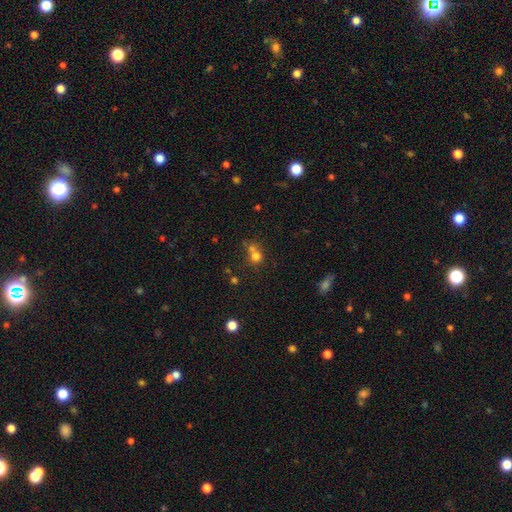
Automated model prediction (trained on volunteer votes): A smooth galaxy with no disk features (71%) that is round (81%).

Vote fractions:
- Smooth or featured? smooth: 71% / star or artifact: 17% / featured or disk: 12%
- How rounded? round: 81% / in between: 18% / cigar-shaped: 1%
- Merging? merger: 46% / none: 41% / minor disturbance: 9% / major disturbance: 5%